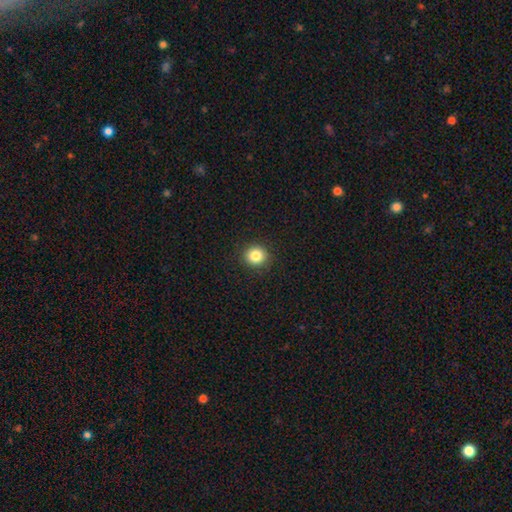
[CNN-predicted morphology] Overall: smooth (84%). How rounded: round (90%). Merging: none (92%).